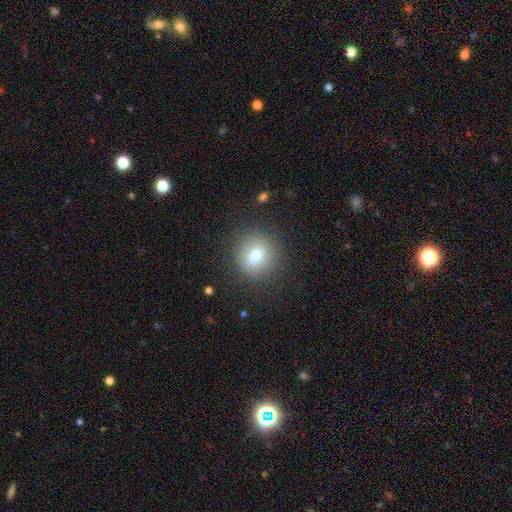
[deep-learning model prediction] The model was most divided on "smooth or featured": smooth: 70%, featured or disk: 17%, star or artifact: 12%. More confident: merging — none (86%); how rounded — round (85%).